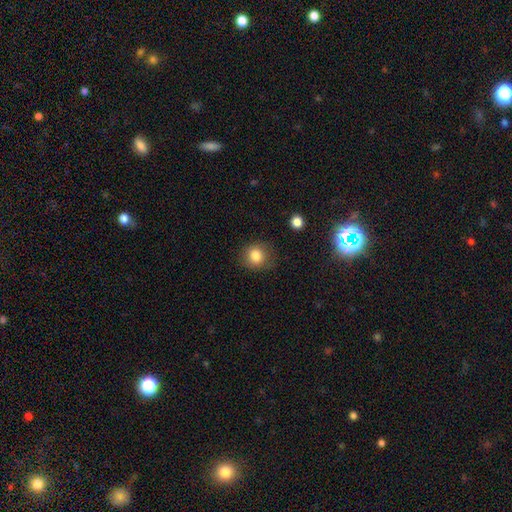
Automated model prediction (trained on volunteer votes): Smooth or featured? Predicted: smooth (p=0.83). How rounded? Predicted: round (p=0.82). Merging? Predicted: none (p=0.80).